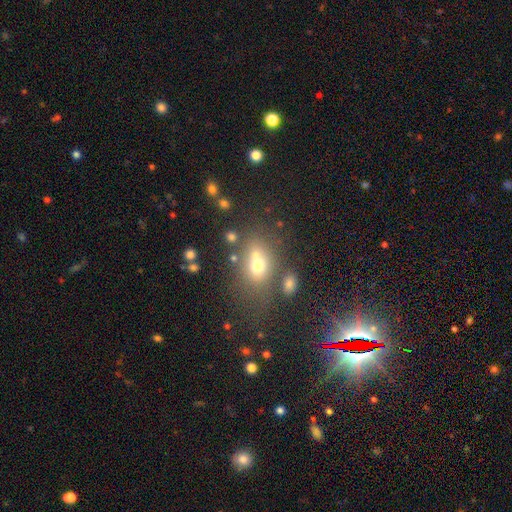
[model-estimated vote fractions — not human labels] smooth 65%, featured or disk 18%, star or artifact 16%. Down the decision tree: how rounded — in between (50%); merging — none (44%).